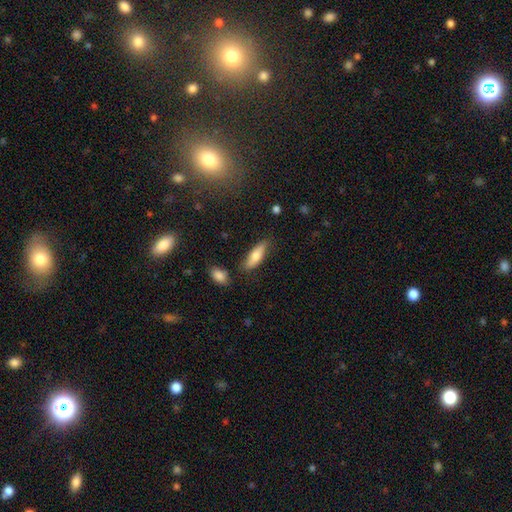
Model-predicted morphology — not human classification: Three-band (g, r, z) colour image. It shows a smooth galaxy with no disk features (72%) that is in between round and cigar-shaped (51%). Merging: none (76%).